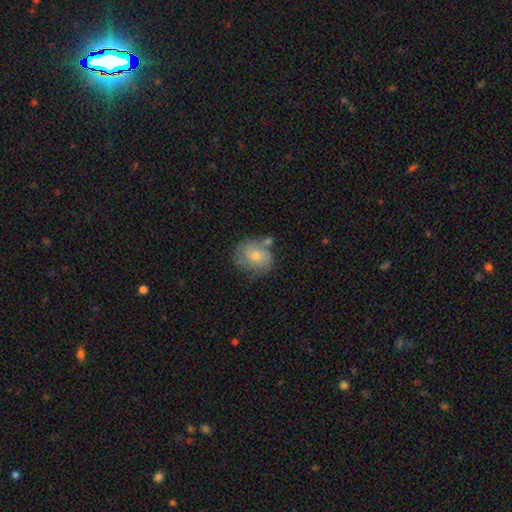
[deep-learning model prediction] Q: Smooth or featured?
A: smooth (56%); runner-up: featured or disk (35%)
Q: How rounded?
A: round (68%); runner-up: in between (31%)
Q: Merging?
A: none (55%); runner-up: minor disturbance (24%)